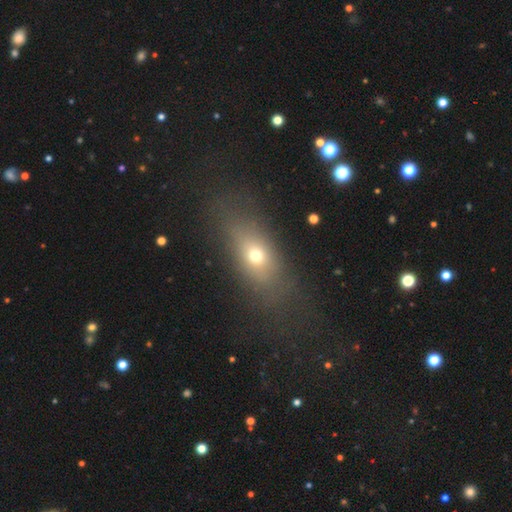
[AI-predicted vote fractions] Q: Smooth or featured?
A: smooth (65%); runner-up: featured or disk (20%)
Q: How rounded?
A: in between (68%); runner-up: round (20%)
Q: Merging?
A: none (71%); runner-up: minor disturbance (14%)